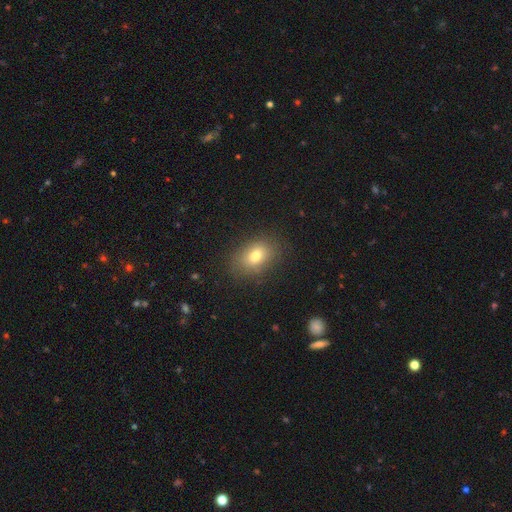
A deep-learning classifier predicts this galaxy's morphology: The model was most divided on "how rounded": in between: 73%, round: 25%, cigar-shaped: 1%. More confident: merging — none (81%); smooth or featured — smooth (76%).